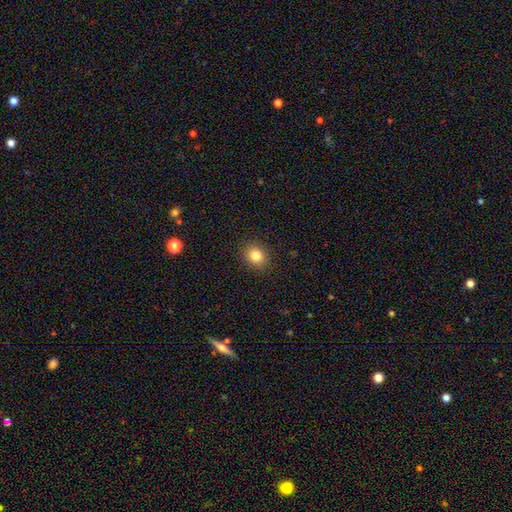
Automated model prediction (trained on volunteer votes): This is clearly a smooth galaxy (83%). How rounded: likely round (66%). Merging: clearly none (90%).